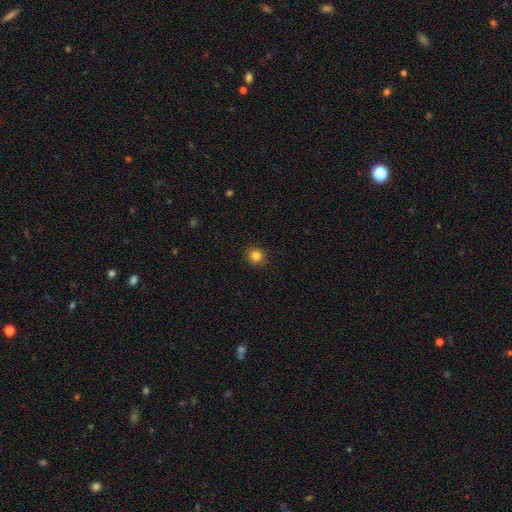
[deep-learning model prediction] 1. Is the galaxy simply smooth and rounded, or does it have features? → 83% smooth, 12% star or artifact, 5% featured or disk.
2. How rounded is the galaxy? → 91% round, 8% in between, 1% cigar-shaped.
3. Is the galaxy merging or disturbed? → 90% none, 7% minor disturbance, 2% major disturbance, 1% merger.